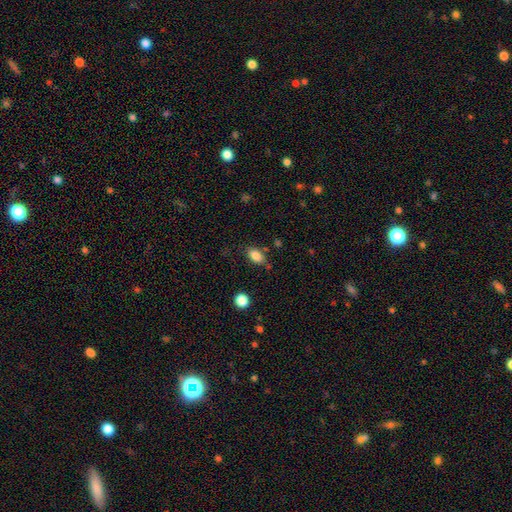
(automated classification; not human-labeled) smooth 85%, star or artifact 9%, featured or disk 6%. Down the decision tree: how rounded — in between (87%); merging — none (76%).